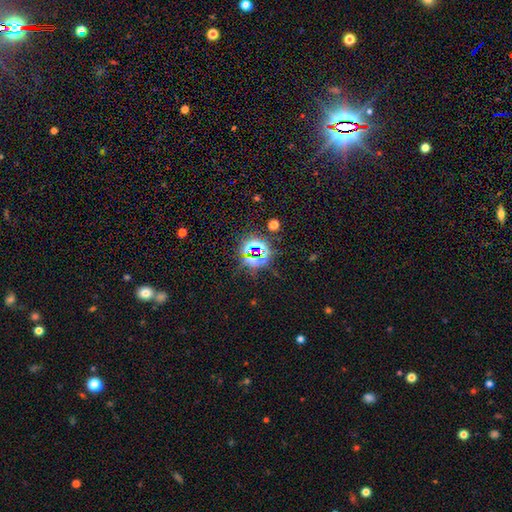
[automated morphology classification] type=star or artifact (77%).